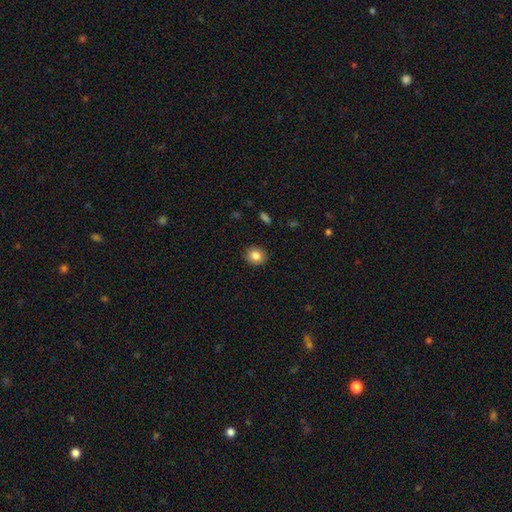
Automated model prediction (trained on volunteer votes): This is clearly a smooth galaxy (84%). How rounded: likely round (77%). Merging: clearly none (91%).